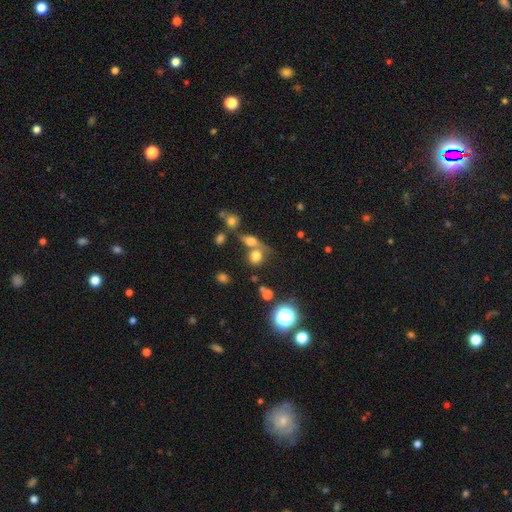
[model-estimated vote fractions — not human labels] smooth_or_featured: smooth (p=0.71) [alt: star or artifact p=0.18]
how_rounded: round (p=0.70) [alt: in between p=0.28]
merging: none (p=0.44) [alt: merger p=0.40]